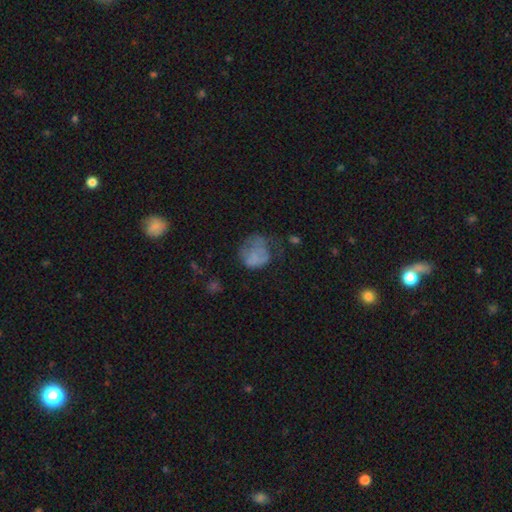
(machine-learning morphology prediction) A smooth galaxy with no disk features (61%) that is round (63%). Merging: major disturbance (38%).